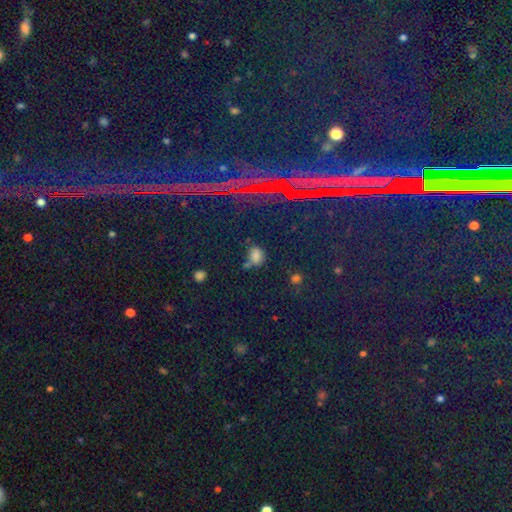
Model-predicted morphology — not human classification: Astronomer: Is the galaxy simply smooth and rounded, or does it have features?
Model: smooth — 57% (runner-up: star or artifact, 34%).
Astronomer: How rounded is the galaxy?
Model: in between — 70%.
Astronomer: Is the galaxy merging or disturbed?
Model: none — 63%.